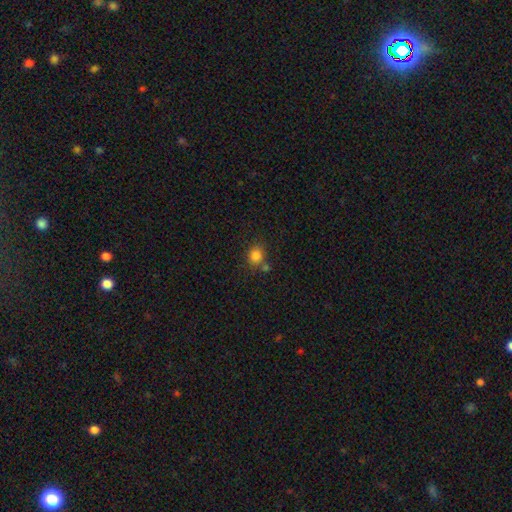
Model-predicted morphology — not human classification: type=smooth (84%); roundness=round (77%); merging=none (65%).